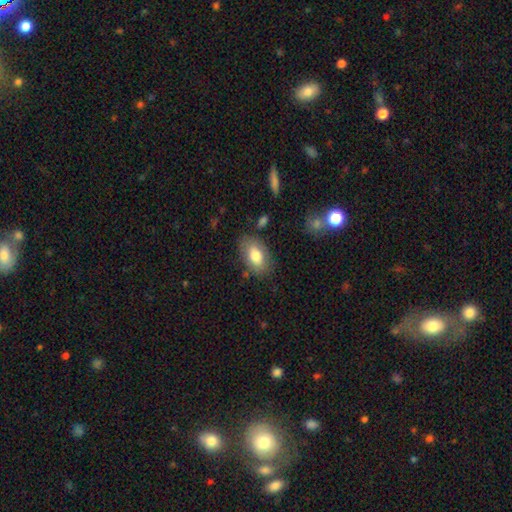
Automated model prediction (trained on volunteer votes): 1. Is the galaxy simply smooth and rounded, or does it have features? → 76% smooth, 17% featured or disk, 7% star or artifact.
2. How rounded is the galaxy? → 90% in between, 8% round, 2% cigar-shaped.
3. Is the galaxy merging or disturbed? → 79% none, 15% minor disturbance, 4% major disturbance, 3% merger.